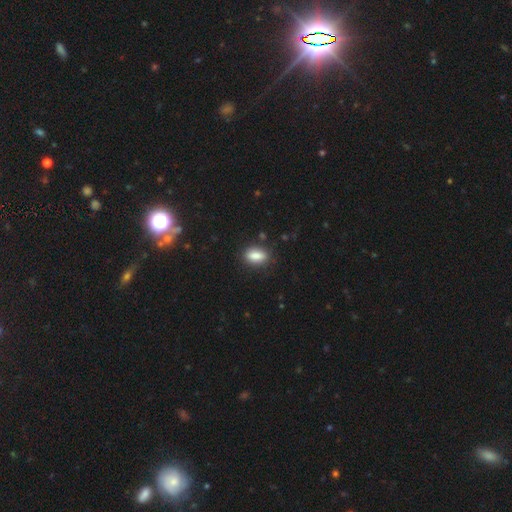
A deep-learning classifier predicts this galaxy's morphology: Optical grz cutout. It shows a smooth galaxy with no disk features (84%) that is in between round and cigar-shaped (83%). Merging: none (83%).